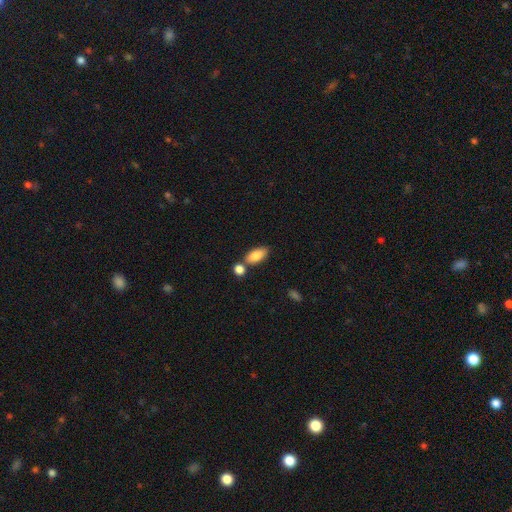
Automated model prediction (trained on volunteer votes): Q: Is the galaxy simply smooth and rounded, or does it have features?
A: smooth — 84%.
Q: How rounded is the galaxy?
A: in between — 90%.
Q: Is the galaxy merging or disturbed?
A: none — 60%.